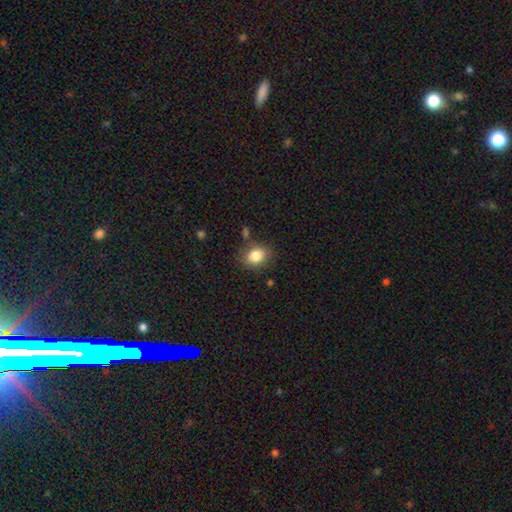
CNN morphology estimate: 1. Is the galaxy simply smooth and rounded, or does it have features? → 83% smooth, 10% star or artifact, 7% featured or disk.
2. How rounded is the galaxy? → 51% round, 48% in between, 1% cigar-shaped.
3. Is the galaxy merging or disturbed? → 78% none, 13% minor disturbance, 4% merger, 4% major disturbance.